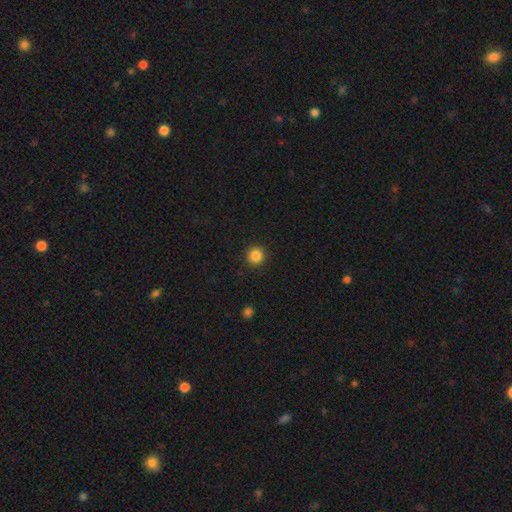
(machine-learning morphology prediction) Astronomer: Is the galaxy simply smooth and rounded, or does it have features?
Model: smooth — 85%.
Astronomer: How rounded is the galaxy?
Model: round — 95%.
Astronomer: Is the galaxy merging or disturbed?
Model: none — 92%.